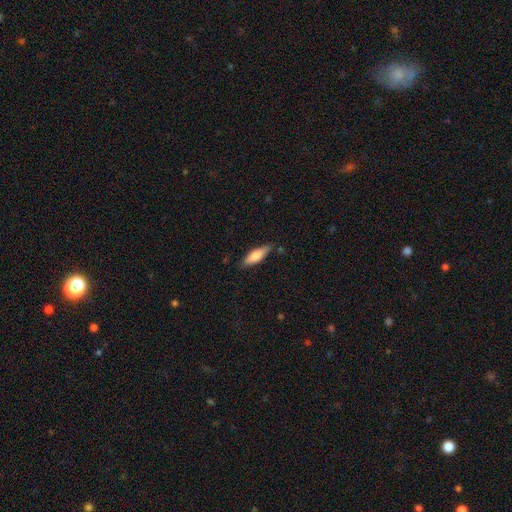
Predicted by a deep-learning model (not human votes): This appears to be a smooth galaxy with no disk features (74%) that is cigar-shaped (49%, tied with in between). Merging: none (79%).